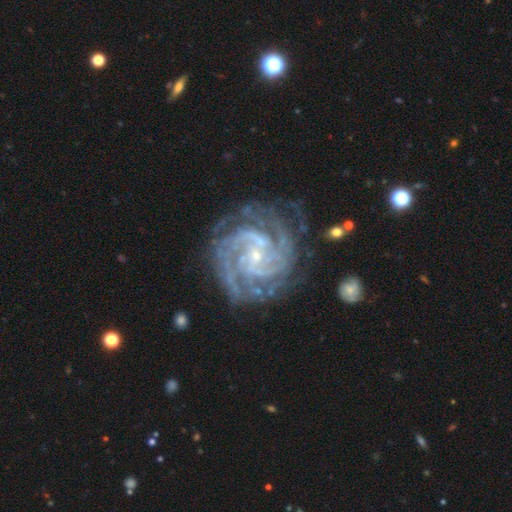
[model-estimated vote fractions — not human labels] featured or disk 91%, star or artifact 6%, smooth 3%. Down the decision tree: edge-on disk — no (98%); bar — no (57%); spiral arms — yes (98%); spiral arm count — 4 (25%, tied with 3); spiral winding — tight (74%); bulge size — small (84%); merging — none (70%).